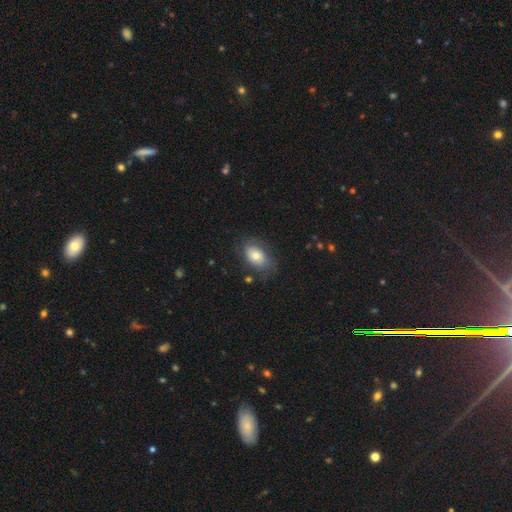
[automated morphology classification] A smooth galaxy with no disk features (65%) that is in between round and cigar-shaped (86%). Merging: none (66%).